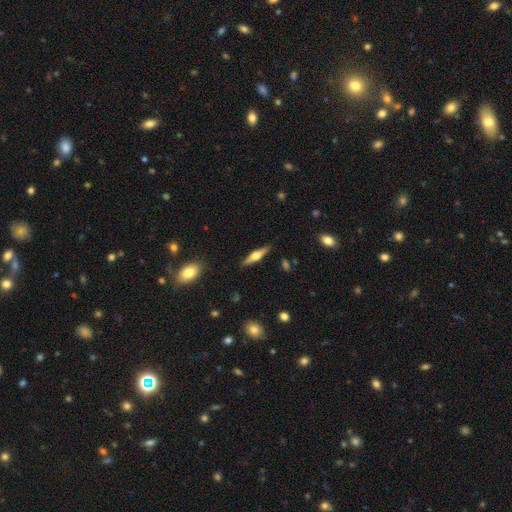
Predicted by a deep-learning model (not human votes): Smooth or featured? Predicted: featured or disk (p=0.64). Edge-on disk? Predicted: yes (p=0.97). Edge-on bulge? Predicted: rounded (p=0.93). Merging? Predicted: none (p=0.89).